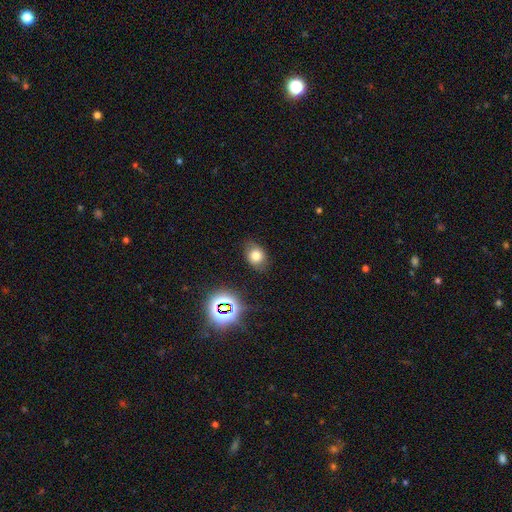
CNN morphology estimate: This appears to be a smooth galaxy with no disk features (73%) that is in between round and cigar-shaped (58%). Merging: none (76%).